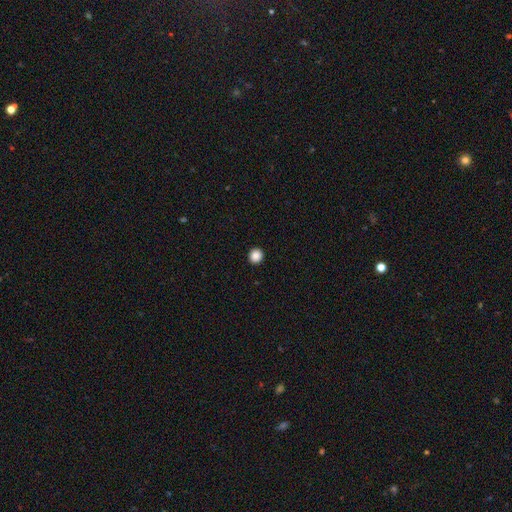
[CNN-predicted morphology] Smooth or featured?
  - smooth: 88% *
  - star or artifact: 10%
  - featured or disk: 2%
How rounded?
  - round: 93% *
  - in between: 6%
  - cigar-shaped: 1%
Merging?
  - none: 94% *
  - minor disturbance: 4%
  - major disturbance: 1%
  - merger: 1%